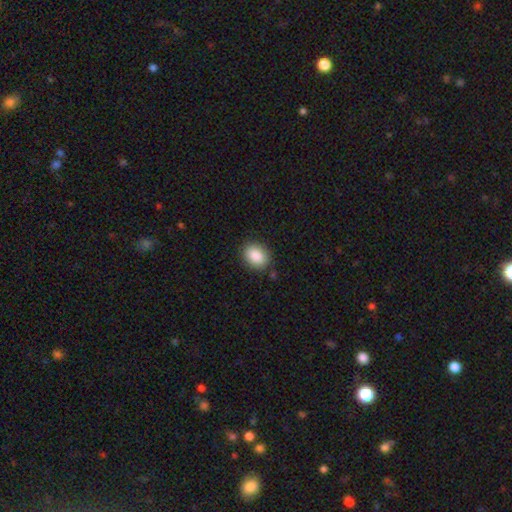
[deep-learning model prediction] Q: Smooth or featured?
A: smooth (88%); runner-up: star or artifact (8%)
Q: How rounded?
A: in between (63%); runner-up: round (36%)
Q: Merging?
A: none (84%); runner-up: minor disturbance (11%)